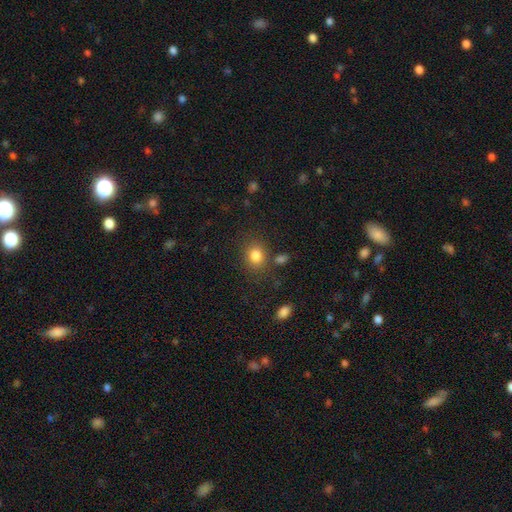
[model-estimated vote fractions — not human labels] Morphology: type=smooth (82%); roundness=round (59%); merging=none (78%).